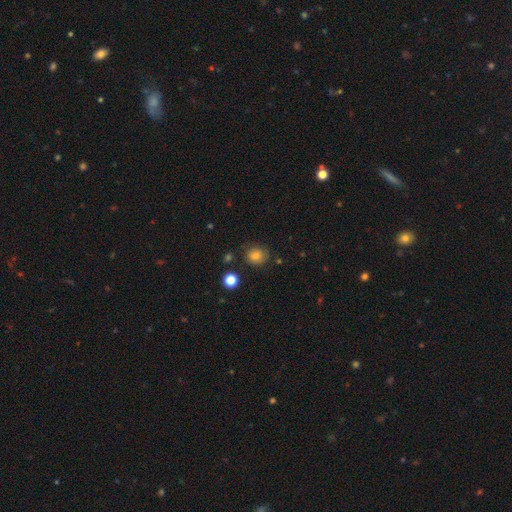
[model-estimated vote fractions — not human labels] Smooth or featured?
  - smooth: 80% *
  - star or artifact: 12%
  - featured or disk: 7%
How rounded?
  - round: 82% *
  - in between: 17%
  - cigar-shaped: 1%
Merging?
  - none: 82% *
  - minor disturbance: 12%
  - major disturbance: 3%
  - merger: 3%